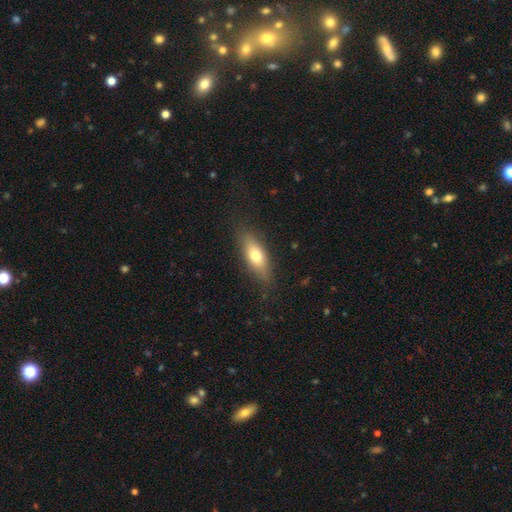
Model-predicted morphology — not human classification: Overall: smooth (68%). How rounded: in between (64%; cigar-shaped 32%). Merging: none (82%).